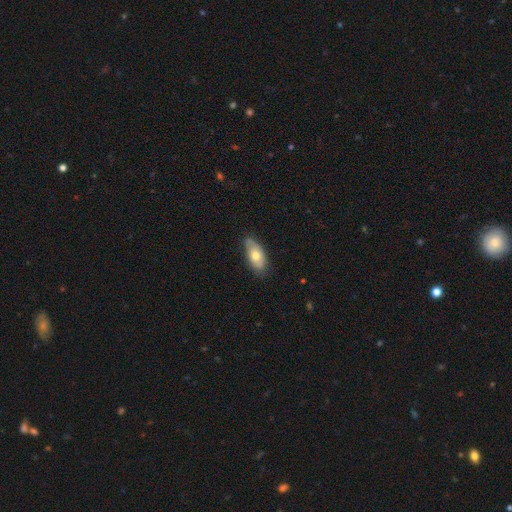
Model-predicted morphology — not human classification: smooth-or-featured: smooth: 65% | featured or disk: 29% | star or artifact: 6%
  how-rounded: in between: 89% | cigar-shaped: 8% | round: 4%
  merging: none: 69% | minor disturbance: 26% | major disturbance: 4% | merger: 2%